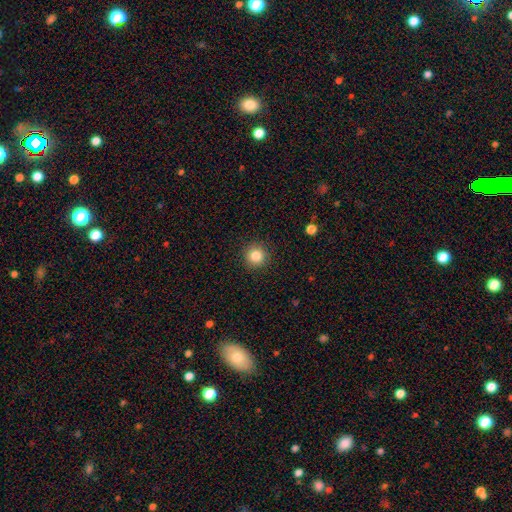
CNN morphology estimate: A smooth galaxy with no disk features (84%) that is round (95%).

Vote fractions:
- Smooth or featured? smooth: 84% / star or artifact: 11% / featured or disk: 5%
- How rounded? round: 95% / in between: 4% / cigar-shaped: 1%
- Merging? none: 92% / minor disturbance: 5% / major disturbance: 2% / merger: 1%